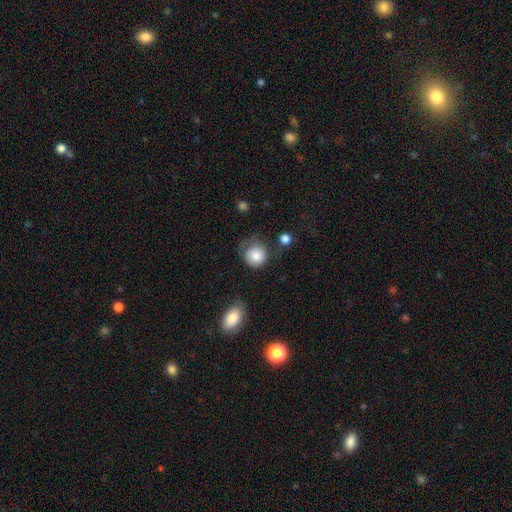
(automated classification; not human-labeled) Q: Smooth or featured?
A: smooth (82%); runner-up: featured or disk (10%)
Q: How rounded?
A: round (87%); runner-up: in between (12%)
Q: Merging?
A: none (52%); runner-up: minor disturbance (28%)